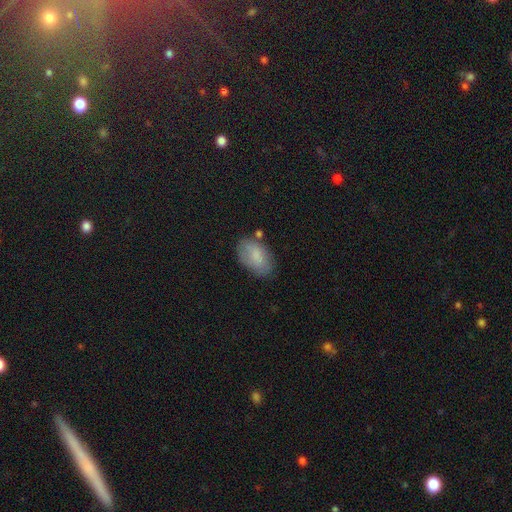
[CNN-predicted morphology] A smooth galaxy with no disk features (79%) that is in between round and cigar-shaped (93%). Merging: none (68%).